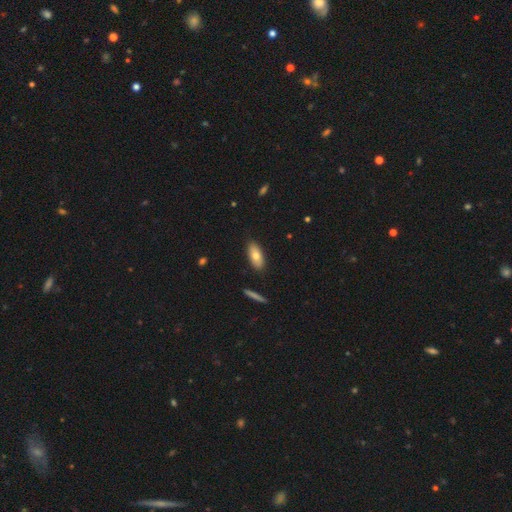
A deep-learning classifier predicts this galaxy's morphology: This appears to be a smooth galaxy with no disk features (76%) that is in between round and cigar-shaped (84%). Merging: none (87%).